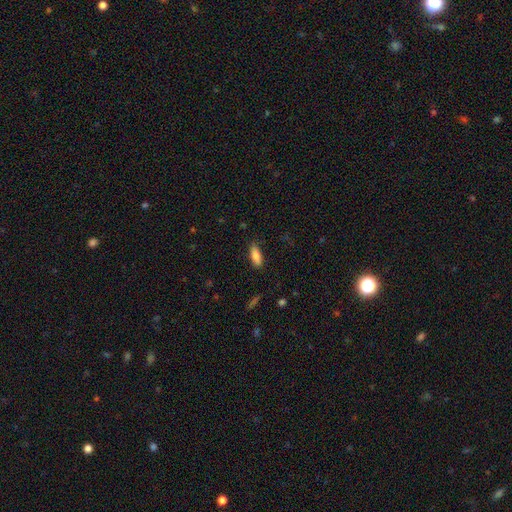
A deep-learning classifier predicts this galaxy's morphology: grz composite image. It shows a smooth galaxy with no disk features (83%) that is in between round and cigar-shaped (72%). Merging: none (82%).